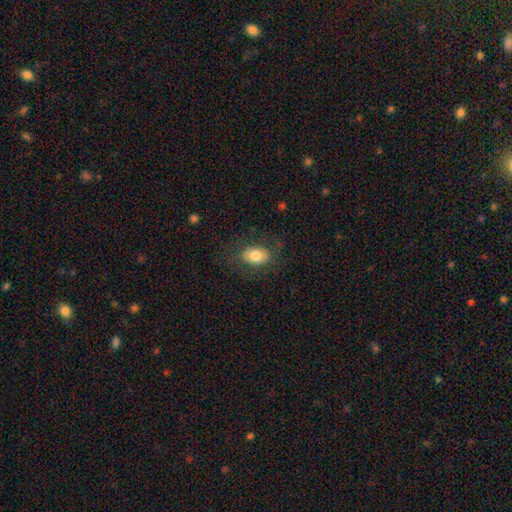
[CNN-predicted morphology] Smooth or featured?
  - smooth: 78% *
  - featured or disk: 15%
  - star or artifact: 8%
How rounded?
  - in between: 82% *
  - round: 17%
  - cigar-shaped: 1%
Merging?
  - none: 76% *
  - minor disturbance: 15%
  - major disturbance: 8%
  - merger: 1%